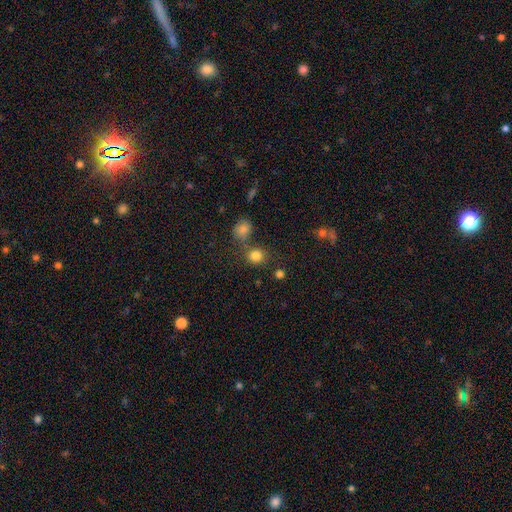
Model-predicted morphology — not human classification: A smooth galaxy with no disk features (81%) that is round (82%).

Vote fractions:
- Smooth or featured? smooth: 81% / star or artifact: 13% / featured or disk: 6%
- How rounded? round: 82% / in between: 17% / cigar-shaped: 1%
- Merging? none: 71% / merger: 16% / minor disturbance: 10% / major disturbance: 4%